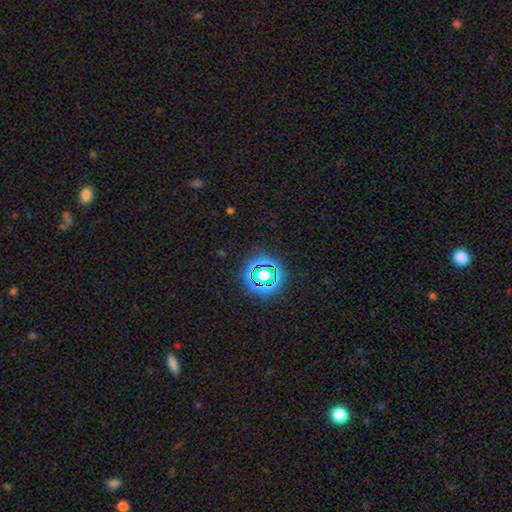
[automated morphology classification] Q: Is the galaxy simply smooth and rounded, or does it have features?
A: star or artifact — 69%.